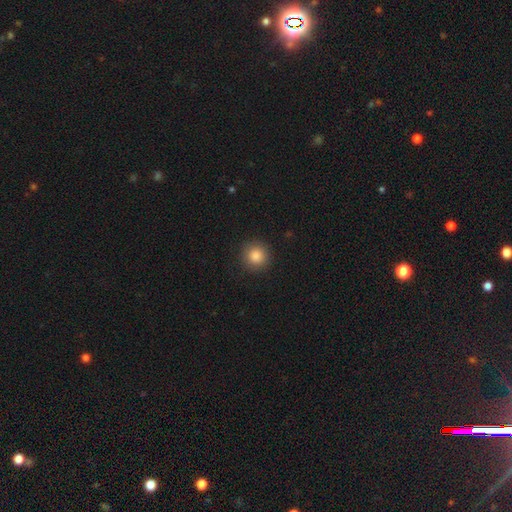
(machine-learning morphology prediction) Overall: smooth (85%). How rounded: round (94%). Merging: none (90%).